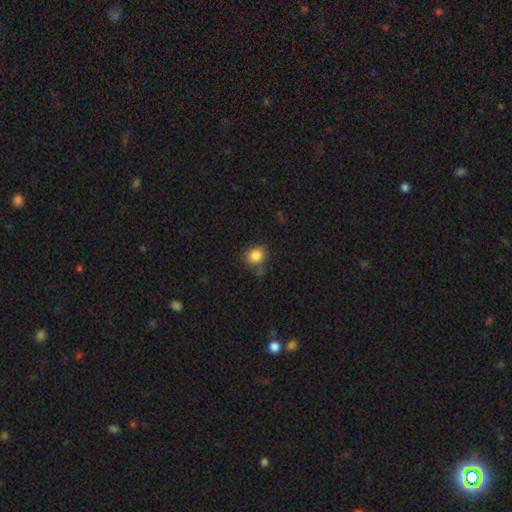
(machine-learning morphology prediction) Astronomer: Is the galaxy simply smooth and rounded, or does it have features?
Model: smooth — 85%.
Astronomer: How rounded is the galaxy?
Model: round — 82%.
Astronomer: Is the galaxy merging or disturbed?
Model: none — 69%.